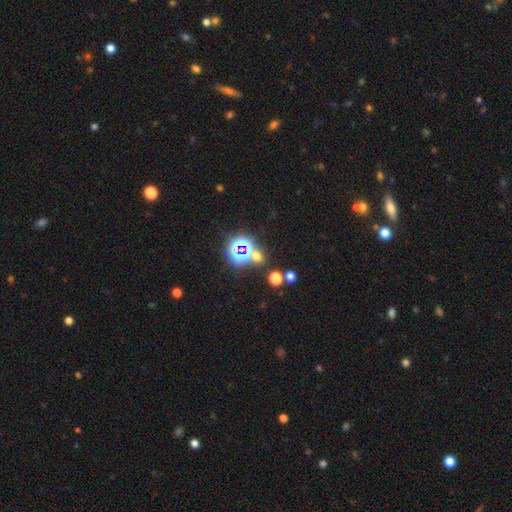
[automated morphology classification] smooth_or_featured: star or artifact (p=0.56) [alt: smooth p=0.36]